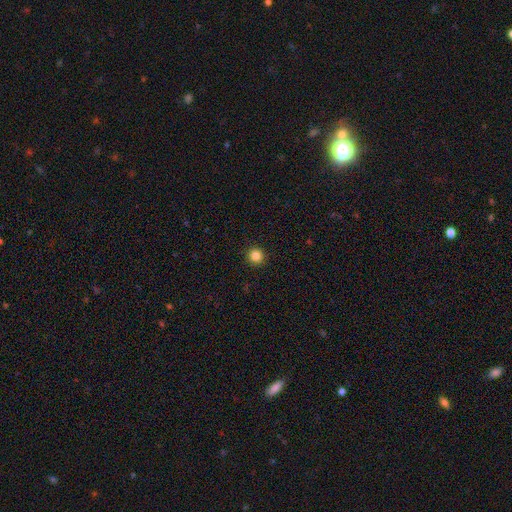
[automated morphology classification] A smooth galaxy with no disk features (85%) that is round (95%).

Vote fractions:
- Smooth or featured? smooth: 85% / star or artifact: 12% / featured or disk: 4%
- How rounded? round: 95% / in between: 4% / cigar-shaped: 1%
- Merging? none: 93% / minor disturbance: 4% / major disturbance: 2% / merger: 1%